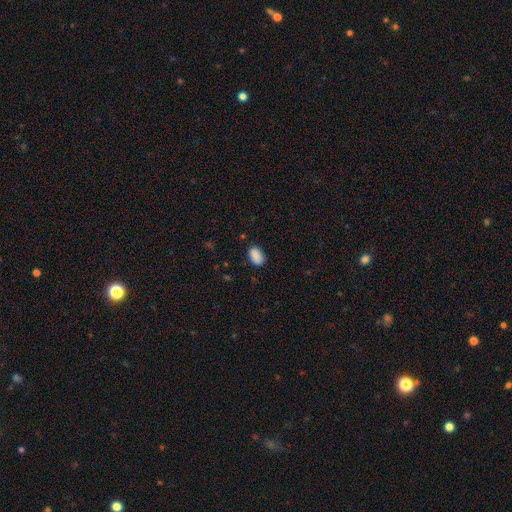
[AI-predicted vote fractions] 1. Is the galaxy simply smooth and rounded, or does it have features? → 88% smooth, 8% star or artifact, 4% featured or disk.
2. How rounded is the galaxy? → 91% in between, 8% round, 1% cigar-shaped.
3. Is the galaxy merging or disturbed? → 81% none, 15% minor disturbance, 3% major disturbance, 2% merger.